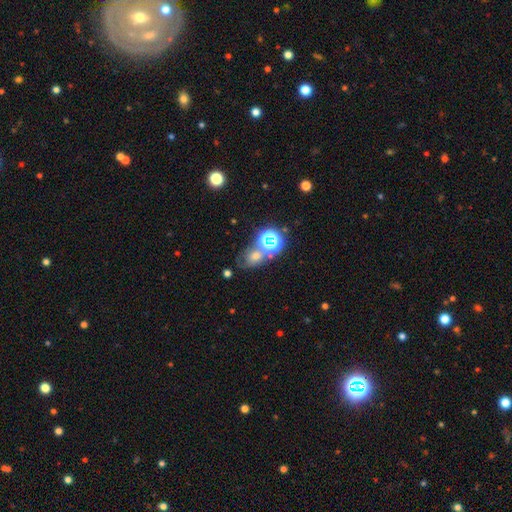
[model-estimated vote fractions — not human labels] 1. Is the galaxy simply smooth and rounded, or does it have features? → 41% star or artifact (tied), 41% smooth (tied), 19% featured or disk.